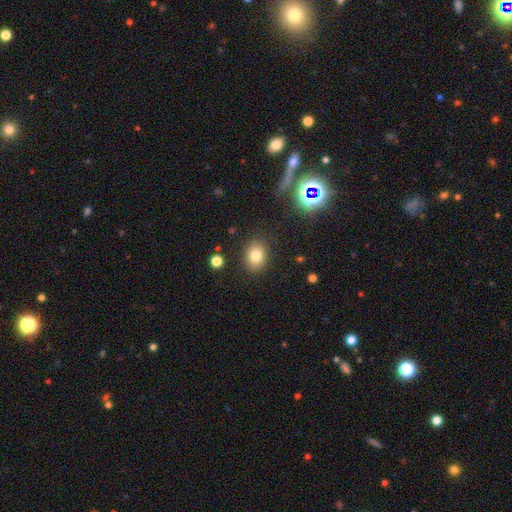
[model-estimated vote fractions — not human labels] smooth_or_featured: smooth (p=0.81) [alt: star or artifact p=0.11]
how_rounded: in between (p=0.54) [alt: round p=0.45]
merging: none (p=0.86) [alt: minor disturbance p=0.09]